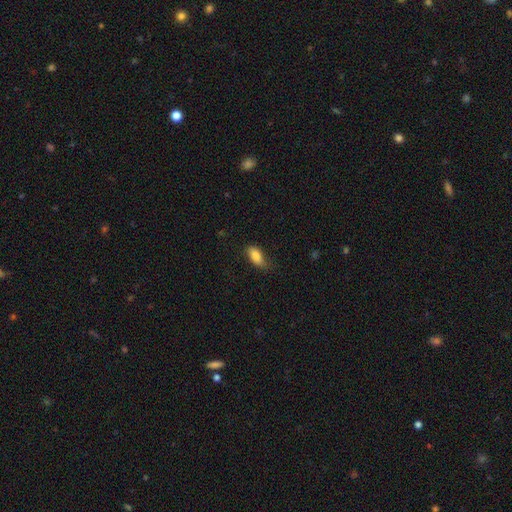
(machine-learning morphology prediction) smooth-or-featured: smooth: 85% | featured or disk: 8% | star or artifact: 8%
  how-rounded: in between: 88% | cigar-shaped: 8% | round: 4%
  merging: none: 61% | minor disturbance: 29% | major disturbance: 8% | merger: 1%